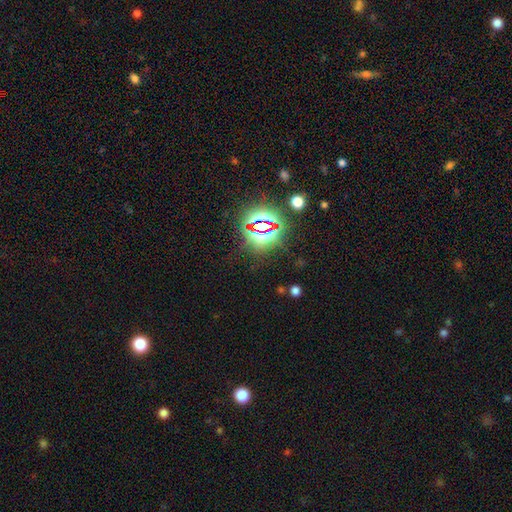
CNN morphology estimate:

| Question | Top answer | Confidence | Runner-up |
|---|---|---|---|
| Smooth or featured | star or artifact | 81% | smooth (11%) |